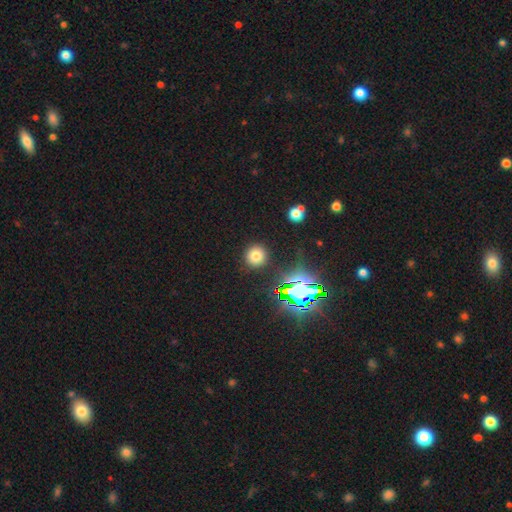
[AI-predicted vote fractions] Morphology: type=smooth (70%); roundness=round (92%); merging=none (89%).